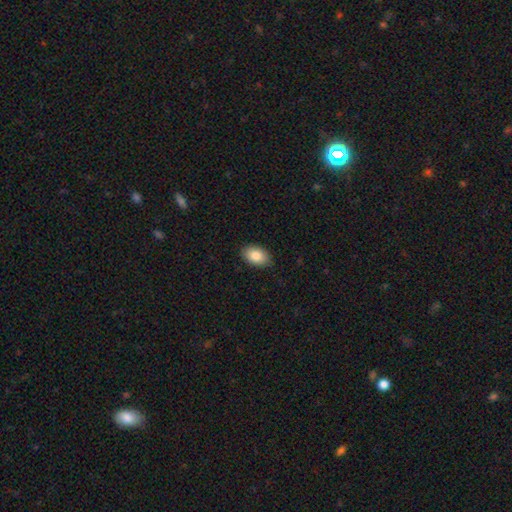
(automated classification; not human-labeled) Smooth or featured? Predicted: smooth (p=0.86). How rounded? Predicted: in between (p=0.91). Merging? Predicted: none (p=0.87).